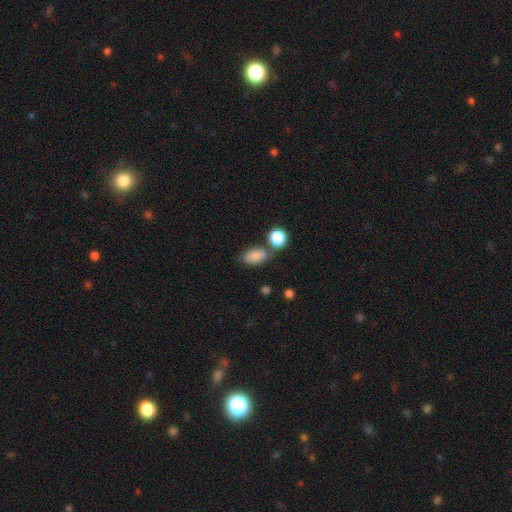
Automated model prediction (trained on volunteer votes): This appears to be a smooth galaxy with no disk features (80%) that is in between round and cigar-shaped (86%). Merging: none (60%).